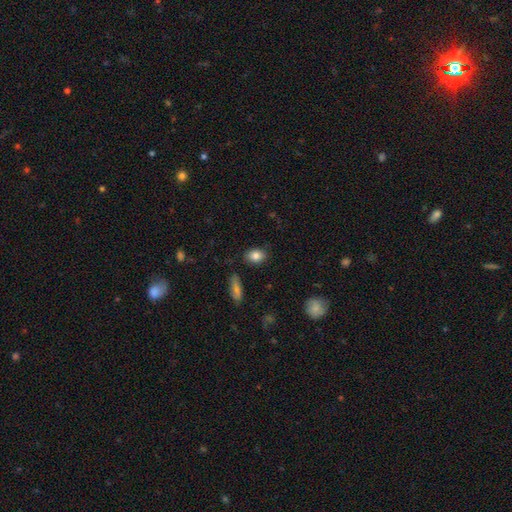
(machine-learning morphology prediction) Smooth or featured: smooth — 83% (featured or disk — 8%)
How rounded: in between — 72% (round — 26%)
Merging: none — 85% (minor disturbance — 10%)